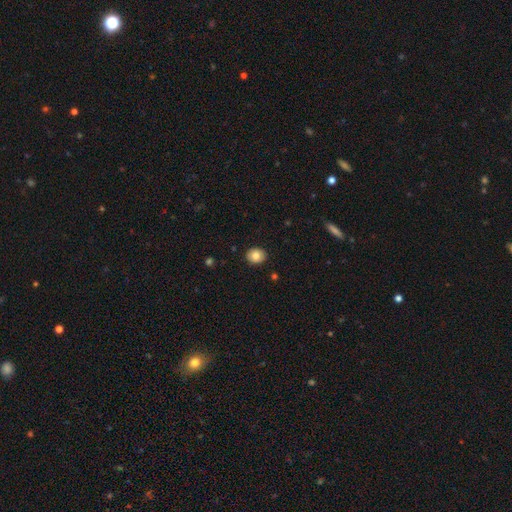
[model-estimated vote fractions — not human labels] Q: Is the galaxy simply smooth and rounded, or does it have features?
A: smooth — 81%.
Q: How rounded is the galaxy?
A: round — 64%.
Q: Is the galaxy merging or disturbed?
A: none — 90%.